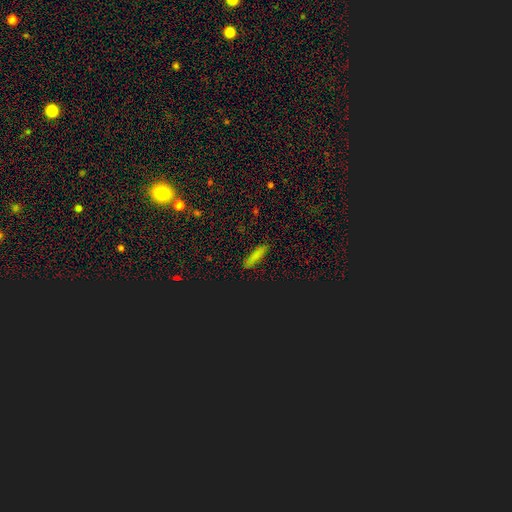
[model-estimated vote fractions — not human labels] smooth-or-featured: smooth: 73% | star or artifact: 18% | featured or disk: 9%
  how-rounded: cigar-shaped: 78% | in between: 19% | round: 3%
  merging: none: 88% | minor disturbance: 9% | major disturbance: 2% | merger: 1%